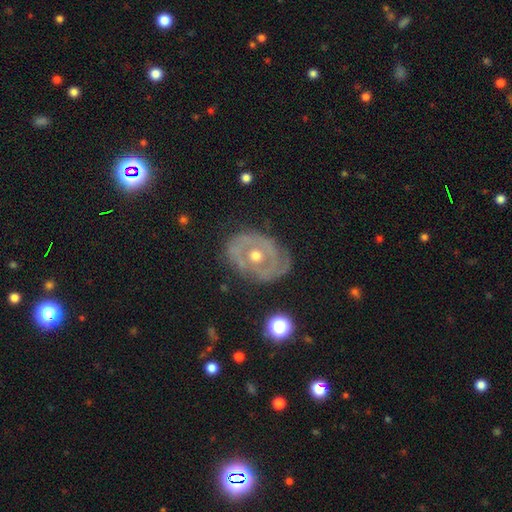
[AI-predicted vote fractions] Smooth or featured? featured or disk (79%)
Edge-on disk? no (95%)
Bar? no (79%)
Spiral arms? yes (66%)
Bulge size? moderate (71%)
Merging? none (70%)